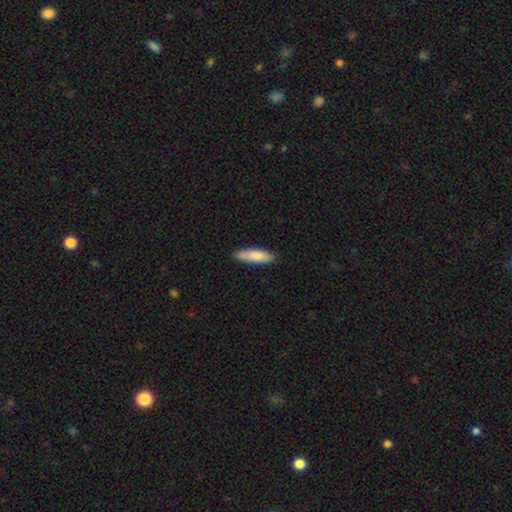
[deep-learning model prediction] smooth_or_featured: smooth (p=0.83) [alt: featured or disk p=0.12]
how_rounded: cigar-shaped (p=0.66) [alt: in between p=0.33]
merging: none (p=0.86) [alt: minor disturbance p=0.11]